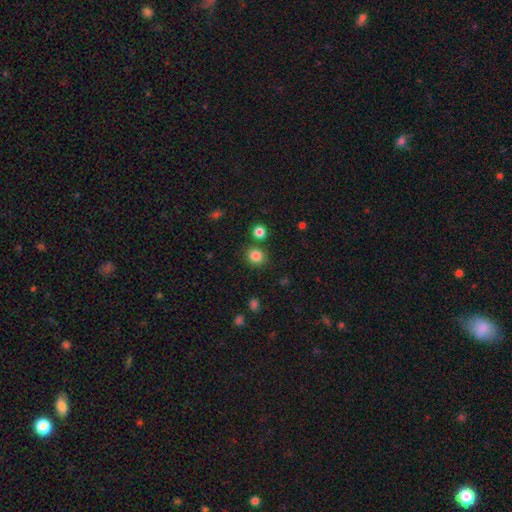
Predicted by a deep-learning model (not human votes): Smooth or featured? Predicted: smooth (p=0.84). How rounded? Predicted: round (p=0.86). Merging? Predicted: none (p=0.84).